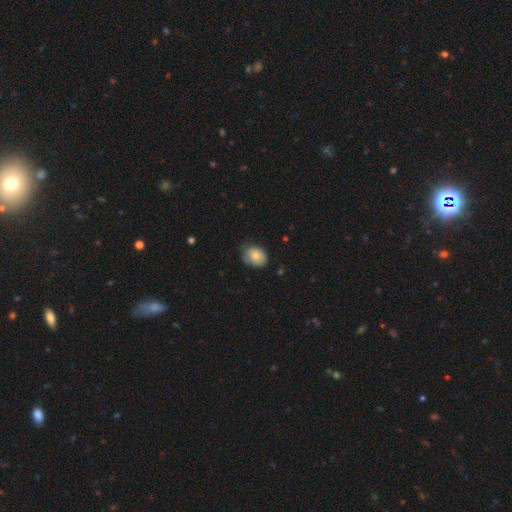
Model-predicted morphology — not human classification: Smooth or featured?
  - smooth: 82% *
  - featured or disk: 11%
  - star or artifact: 8%
How rounded?
  - in between: 53% *
  - round: 46%
  - cigar-shaped: 1%
Merging?
  - none: 63% *
  - minor disturbance: 30%
  - major disturbance: 6%
  - merger: 1%